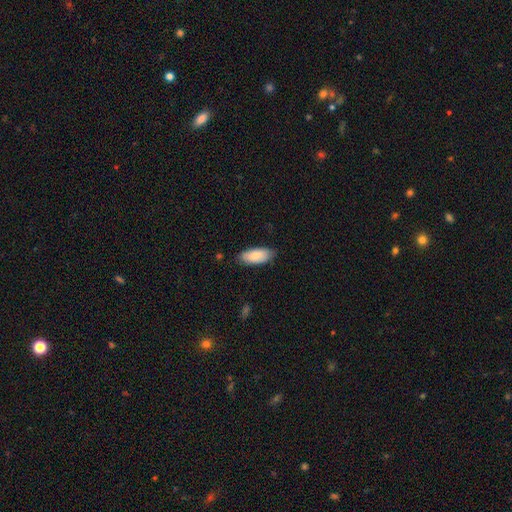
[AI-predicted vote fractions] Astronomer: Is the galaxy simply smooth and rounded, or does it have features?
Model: smooth — 81%.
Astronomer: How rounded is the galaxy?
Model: in between — 88%.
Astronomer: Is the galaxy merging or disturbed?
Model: none — 81%.